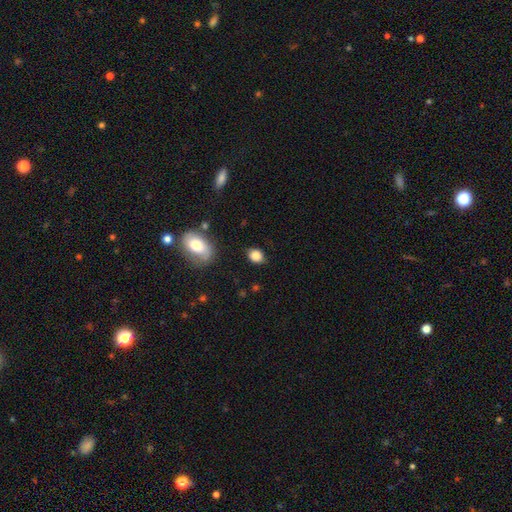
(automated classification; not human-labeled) A smooth galaxy with no disk features (85%) that is in between round and cigar-shaped (65%). Merging: none (80%).